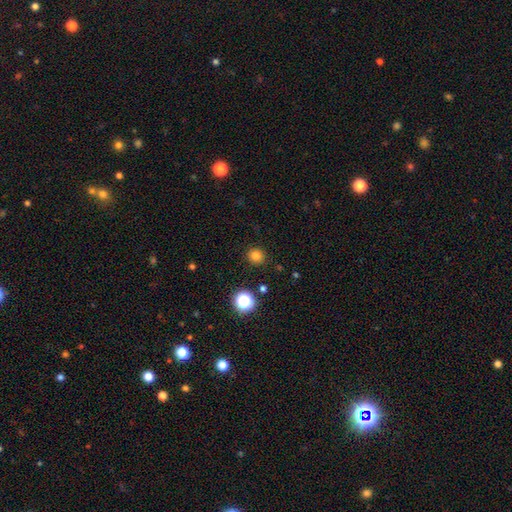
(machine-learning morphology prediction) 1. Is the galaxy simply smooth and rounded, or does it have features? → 79% smooth, 16% star or artifact, 5% featured or disk.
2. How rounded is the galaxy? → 89% round, 10% in between, 1% cigar-shaped.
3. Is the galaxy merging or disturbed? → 90% none, 7% minor disturbance, 2% major disturbance, 1% merger.